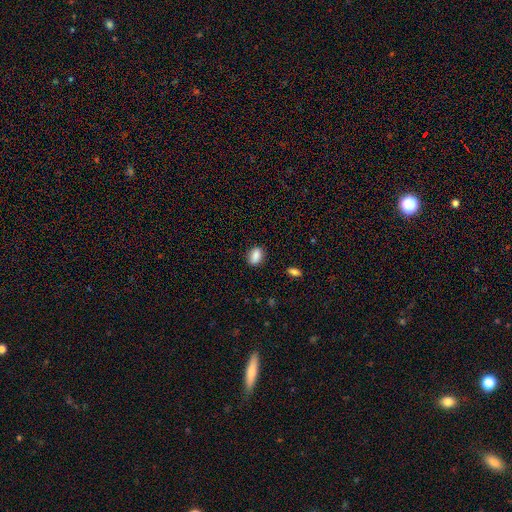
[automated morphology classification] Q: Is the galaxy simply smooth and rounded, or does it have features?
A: smooth — 86%.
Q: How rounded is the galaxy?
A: in between — 78%.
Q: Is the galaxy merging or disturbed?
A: none — 84%.